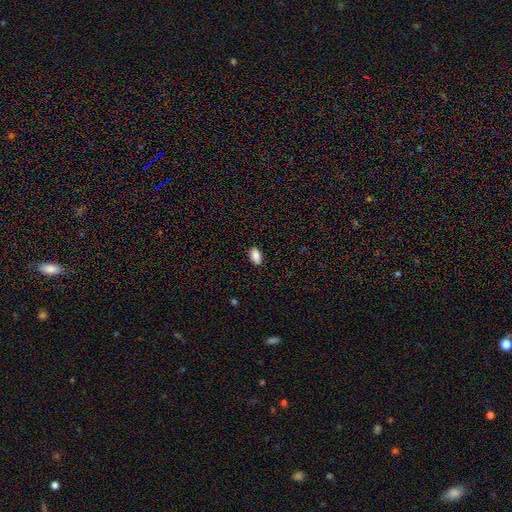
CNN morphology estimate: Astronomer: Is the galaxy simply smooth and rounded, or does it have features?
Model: smooth — 90%.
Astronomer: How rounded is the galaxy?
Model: in between — 91%.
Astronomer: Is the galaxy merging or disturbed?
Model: none — 88%.